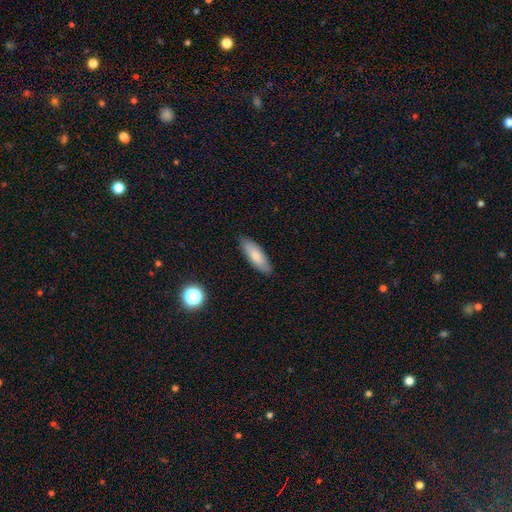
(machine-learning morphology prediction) type=smooth (78%); roundness=in between (61%); merging=none (85%).